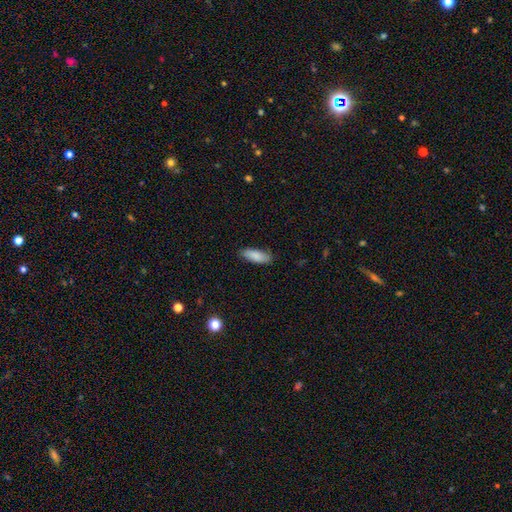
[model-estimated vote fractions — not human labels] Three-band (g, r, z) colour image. It shows a smooth galaxy with no disk features (87%) that is in between round and cigar-shaped (69%). Merging: none (82%).